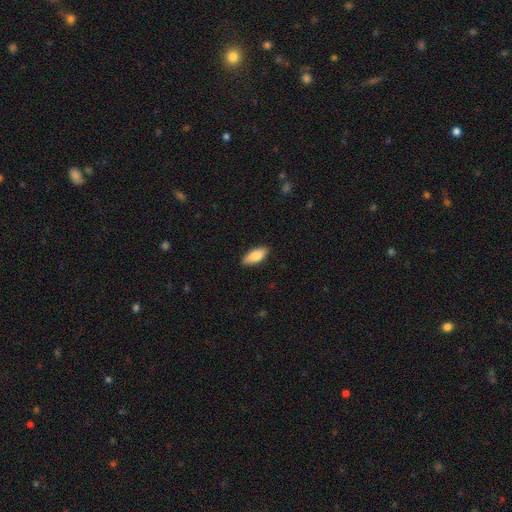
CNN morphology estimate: smooth_or_featured: smooth (p=0.85) [alt: featured or disk p=0.09]
how_rounded: in between (p=0.85) [alt: cigar-shaped p=0.13]
merging: none (p=0.86) [alt: minor disturbance p=0.11]